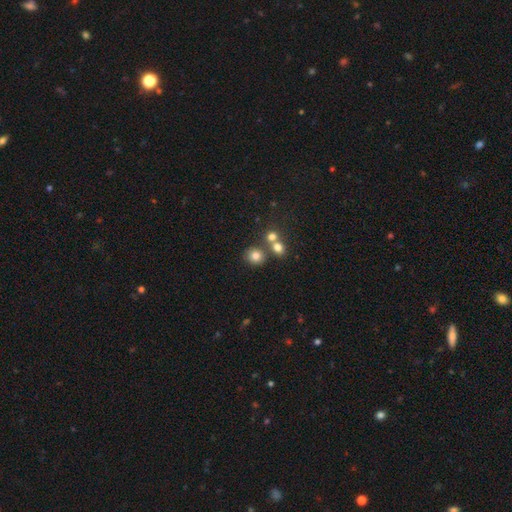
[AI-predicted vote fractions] Q: Smooth or featured?
A: smooth (77%); runner-up: star or artifact (14%)
Q: How rounded?
A: round (84%); runner-up: in between (15%)
Q: Merging?
A: none (64%); runner-up: merger (23%)